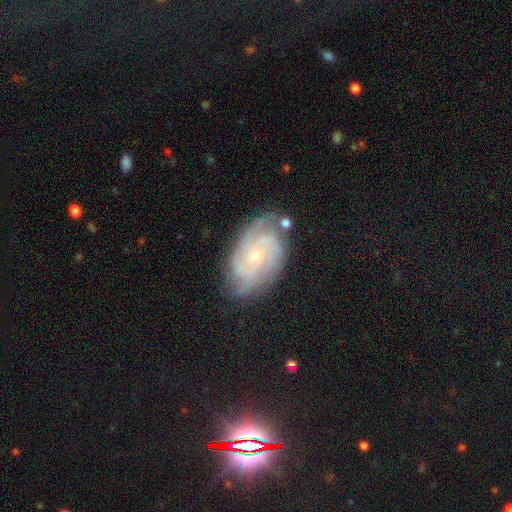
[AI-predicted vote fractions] Smooth or featured: featured or disk — 84% (smooth — 10%)
Edge-on disk: no — 96% (yes — 4%)
Bar: no — 70% (weak — 25%)
Spiral arms: yes — 97% (no — 3%)
Spiral winding: tight — 63% (medium — 31%)
Spiral arm count: 3 — 28% (4 — 27%)
Bulge size: small — 75% (moderate — 21%)
Merging: none — 74% (minor disturbance — 18%)